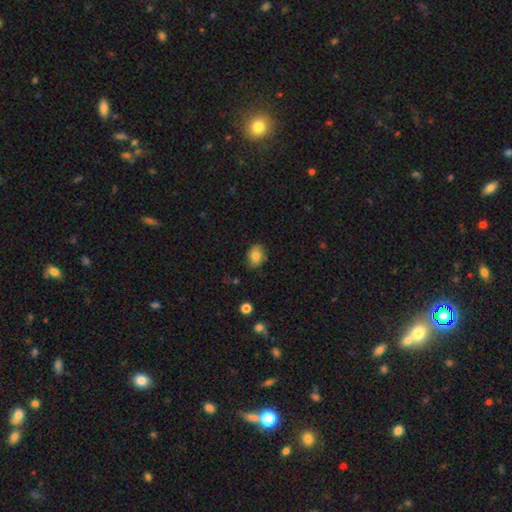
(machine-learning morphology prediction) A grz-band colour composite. It shows a smooth galaxy with no disk features (81%) that is in between round and cigar-shaped (60%). Merging: none (82%).